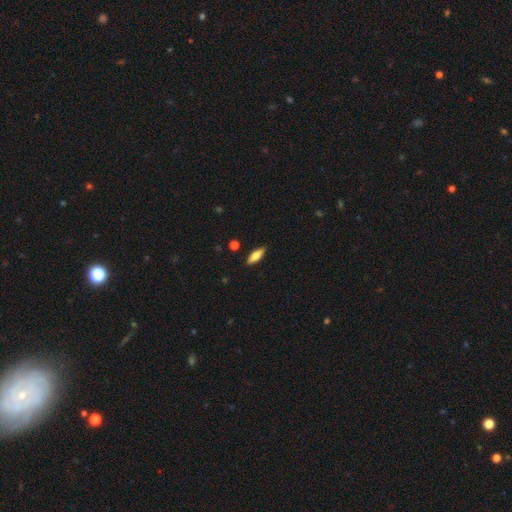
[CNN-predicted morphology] smooth_or_featured: smooth (p=0.65) [alt: featured or disk p=0.28]
how_rounded: in between (p=0.54) [alt: cigar-shaped p=0.44]
merging: none (p=0.88) [alt: minor disturbance p=0.09]